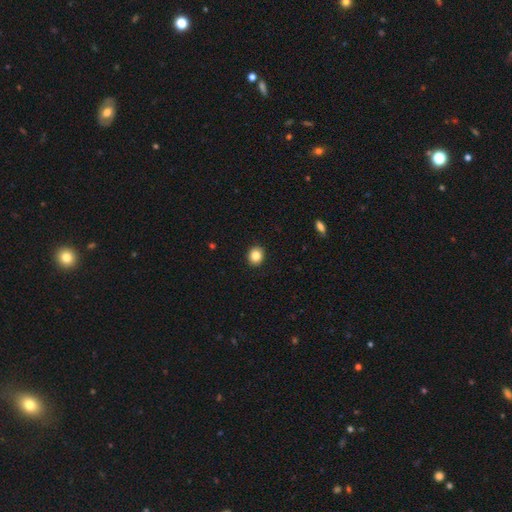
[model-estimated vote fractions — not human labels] A smooth galaxy with no disk features (85%) that is round (77%).

Vote fractions:
- Smooth or featured? smooth: 85% / star or artifact: 10% / featured or disk: 5%
- How rounded? round: 77% / in between: 22% / cigar-shaped: 1%
- Merging? none: 92% / minor disturbance: 5% / major disturbance: 2% / merger: 1%